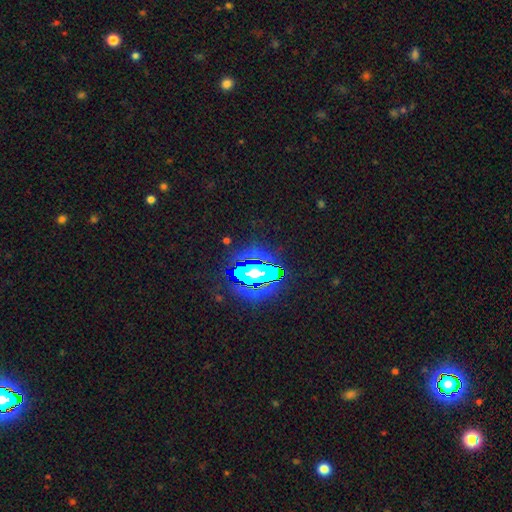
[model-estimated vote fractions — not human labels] Smooth or featured?
  - star or artifact: 80% *
  - smooth: 13%
  - featured or disk: 8%